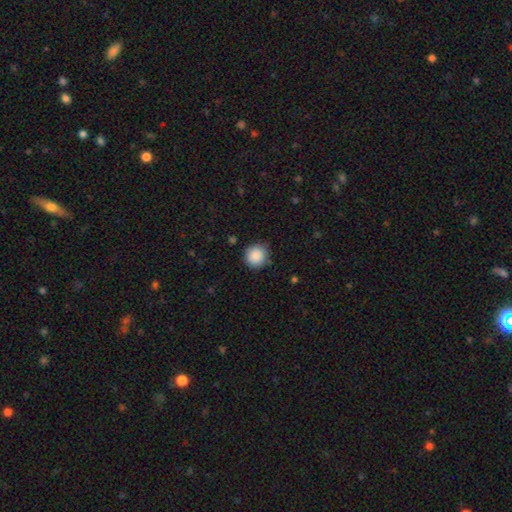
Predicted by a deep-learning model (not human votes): This appears to be a smooth galaxy with no disk features (88%) that is round (90%). Merging: none (83%).